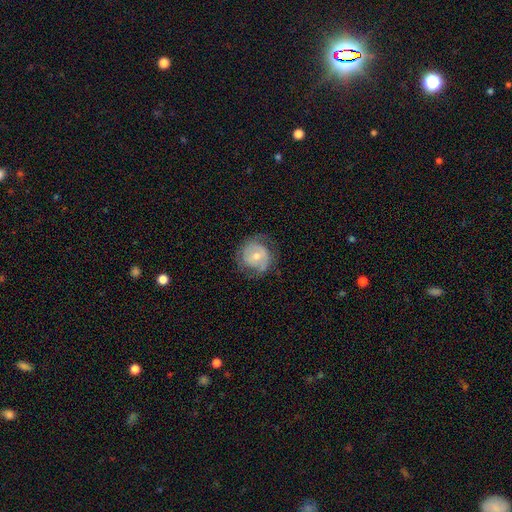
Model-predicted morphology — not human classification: smooth_or_featured: featured or disk (p=0.66) [alt: smooth p=0.26]
disk_edge_on: no (p=0.97) [alt: yes p=0.03]
bar: no (p=0.58) [alt: weak p=0.32]
has_spiral_arms: yes (p=0.79) [alt: no p=0.21]
spiral_winding: tight (p=0.53) [alt: medium p=0.34]
spiral_arm_count: 2 (p=0.56) [alt: can't tell p=0.28]
bulge_size: moderate (p=0.49) [alt: small p=0.46]
merging: none (p=0.68) [alt: minor disturbance p=0.20]